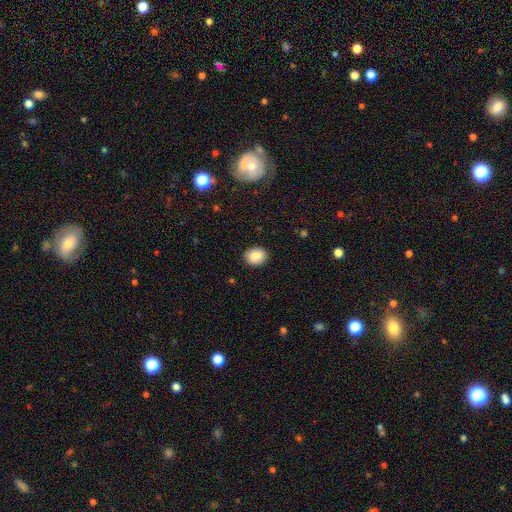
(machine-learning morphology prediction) The model was most divided on "how rounded": round: 62%, in between: 37%, cigar-shaped: 1%. More confident: merging — none (89%); smooth or featured — smooth (85%).